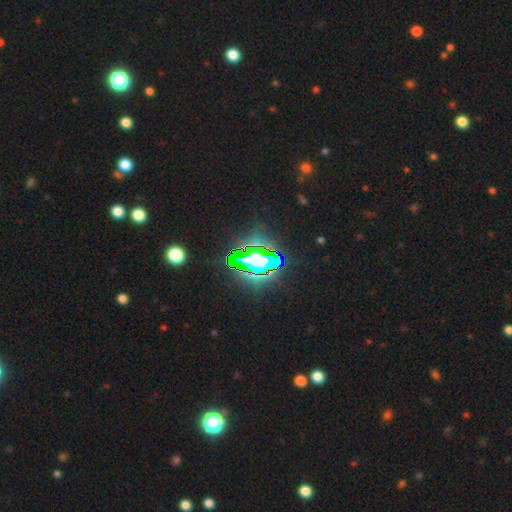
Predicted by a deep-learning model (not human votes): Morphology: type=star or artifact (76%).